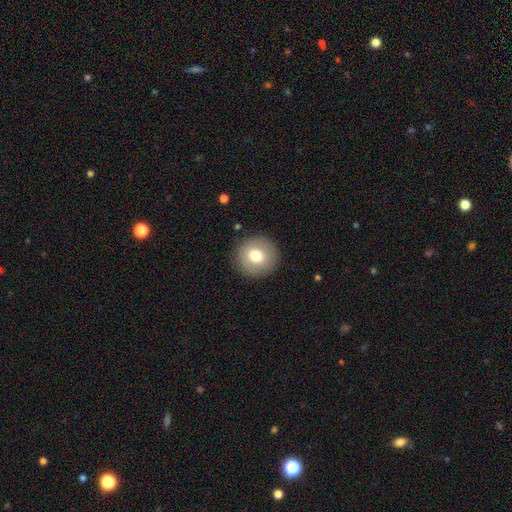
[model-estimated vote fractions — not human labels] Smooth or featured?
  - smooth: 75% *
  - featured or disk: 16%
  - star or artifact: 9%
How rounded?
  - round: 94% *
  - in between: 5%
  - cigar-shaped: 1%
Merging?
  - none: 90% *
  - minor disturbance: 7%
  - major disturbance: 2%
  - merger: 1%